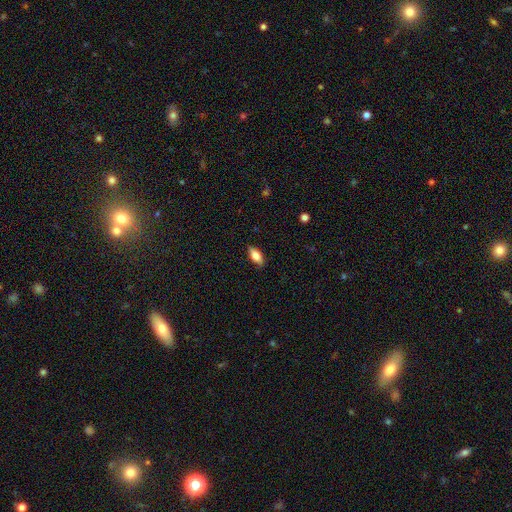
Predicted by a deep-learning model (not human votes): Morphology: type=smooth (77%); roundness=in between (86%); merging=none (86%).